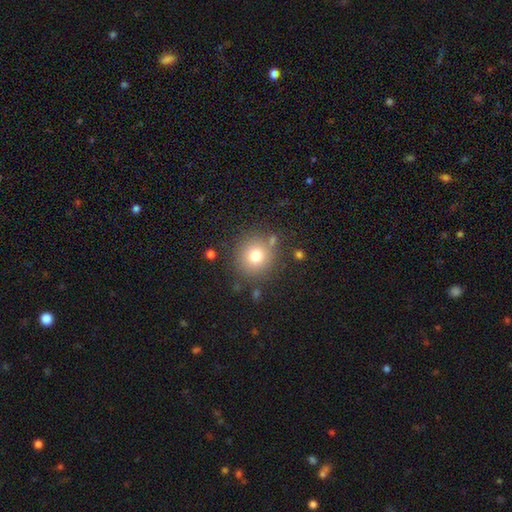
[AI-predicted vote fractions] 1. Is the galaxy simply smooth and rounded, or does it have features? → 76% smooth, 13% star or artifact, 11% featured or disk.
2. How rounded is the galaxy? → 92% round, 7% in between, 1% cigar-shaped.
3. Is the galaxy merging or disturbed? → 82% none, 9% minor disturbance, 5% merger, 4% major disturbance.